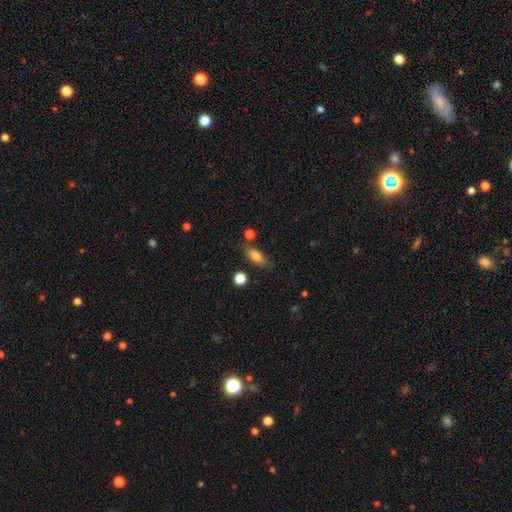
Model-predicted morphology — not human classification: Smooth or featured?
  - smooth: 80% *
  - featured or disk: 12%
  - star or artifact: 8%
How rounded?
  - in between: 76% *
  - cigar-shaped: 18%
  - round: 5%
Merging?
  - none: 76% *
  - minor disturbance: 14%
  - merger: 5%
  - major disturbance: 4%